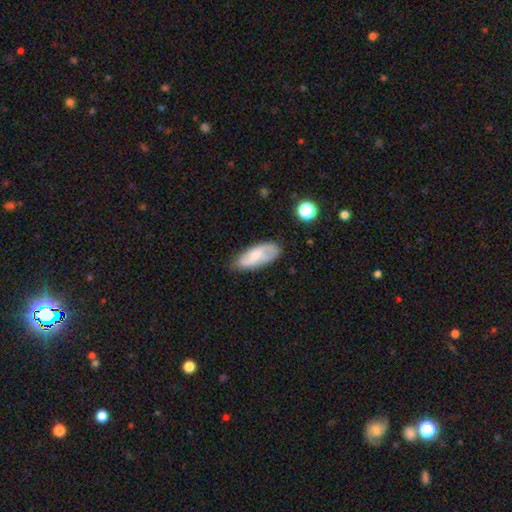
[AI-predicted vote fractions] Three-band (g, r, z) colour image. It shows a smooth galaxy with no disk features (52%) that is in between round and cigar-shaped (83%). Merging: none (67%).